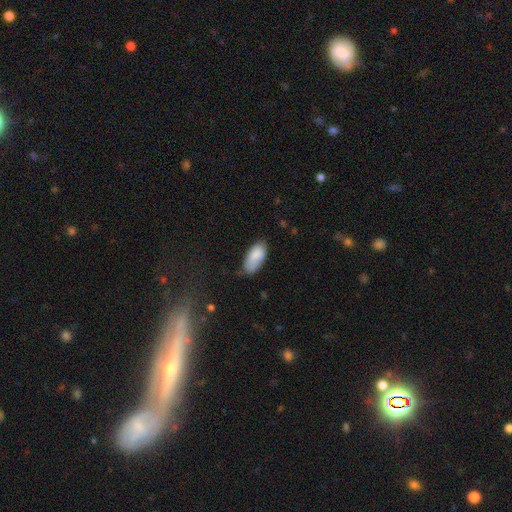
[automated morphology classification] Smooth or featured: smooth — 86% (featured or disk — 7%)
How rounded: in between — 92% (cigar-shaped — 6%)
Merging: none — 64% (minor disturbance — 28%)